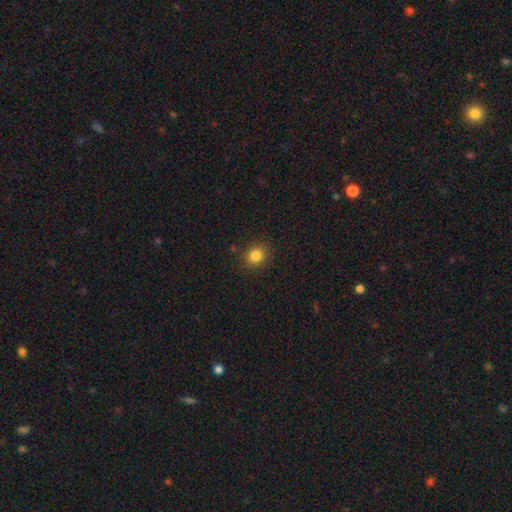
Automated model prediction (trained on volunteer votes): Smooth or featured: smooth — 83% (star or artifact — 12%)
How rounded: round — 74% (in between — 25%)
Merging: none — 88% (minor disturbance — 8%)